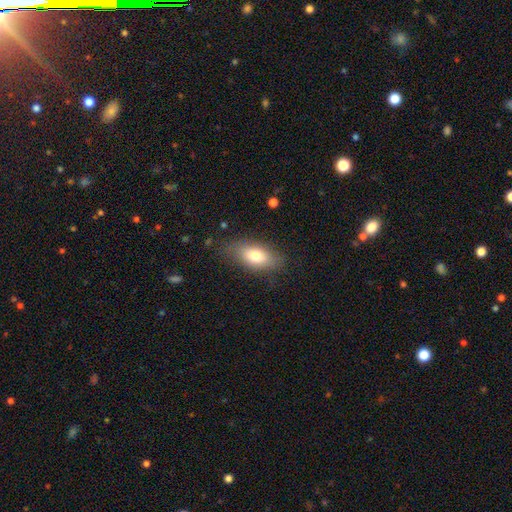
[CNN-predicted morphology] The model was most divided on "smooth or featured": smooth: 75%, featured or disk: 17%, star or artifact: 8%. More confident: how rounded — in between (86%); merging — none (77%).